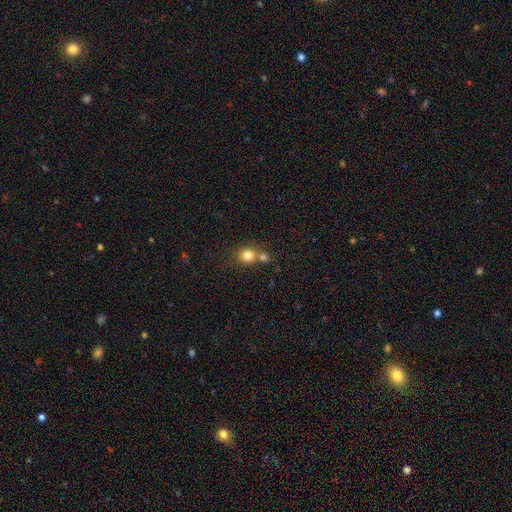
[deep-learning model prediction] This is likely a smooth galaxy (72%). How rounded: clearly round (83%). Merging: possibly none (53%).